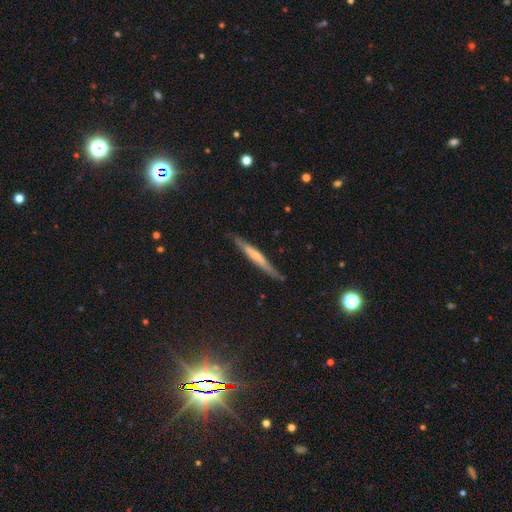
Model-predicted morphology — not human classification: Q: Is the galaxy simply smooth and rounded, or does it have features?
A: featured or disk — 52%.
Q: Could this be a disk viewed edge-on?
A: yes — 91%.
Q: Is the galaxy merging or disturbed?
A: none — 80%.